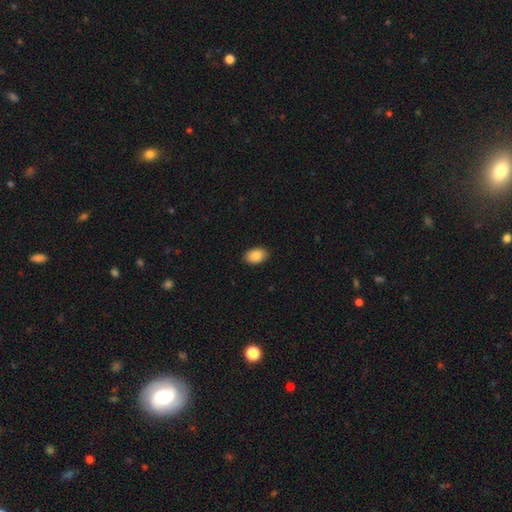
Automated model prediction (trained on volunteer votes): Smooth or featured? smooth (86%)
How rounded? in between (89%)
Merging? none (89%)